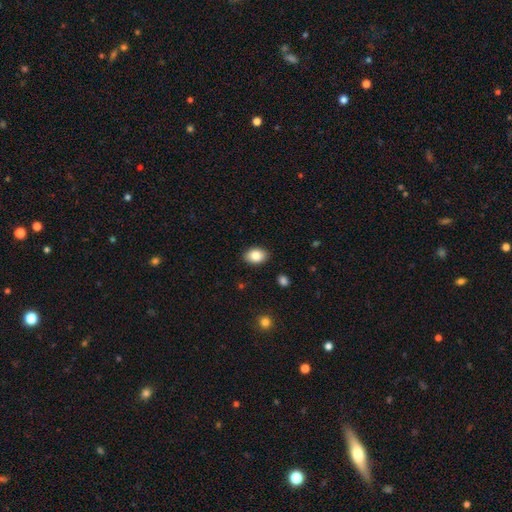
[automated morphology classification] Smooth or featured: smooth — 85% (star or artifact — 8%)
How rounded: in between — 80% (round — 19%)
Merging: none — 89% (minor disturbance — 8%)